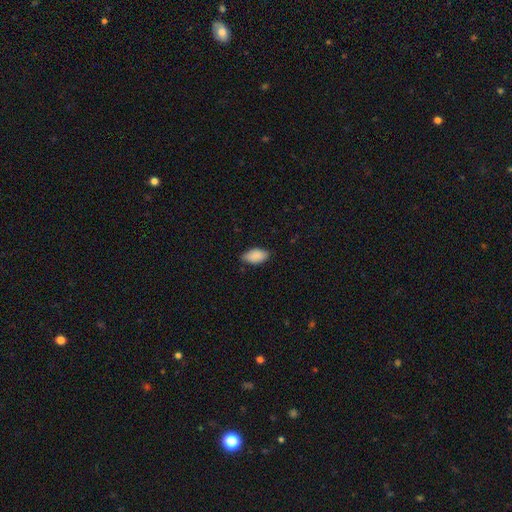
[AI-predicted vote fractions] Smooth or featured? Predicted: smooth (p=0.89). How rounded? Predicted: in between (p=0.94). Merging? Predicted: none (p=0.80).